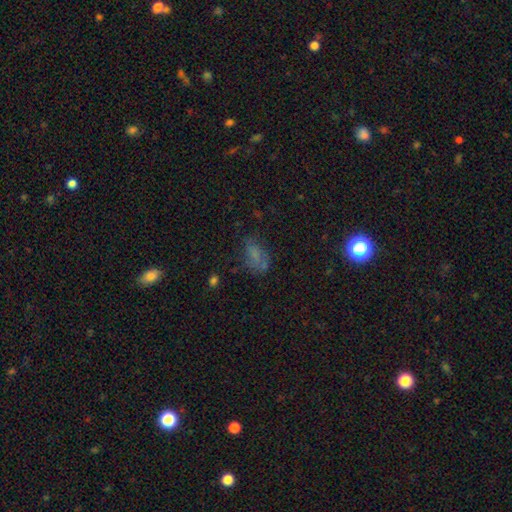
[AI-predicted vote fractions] This is possibly a smooth galaxy (55%). How rounded: clearly in between (83%). Merging: possibly none (52%).